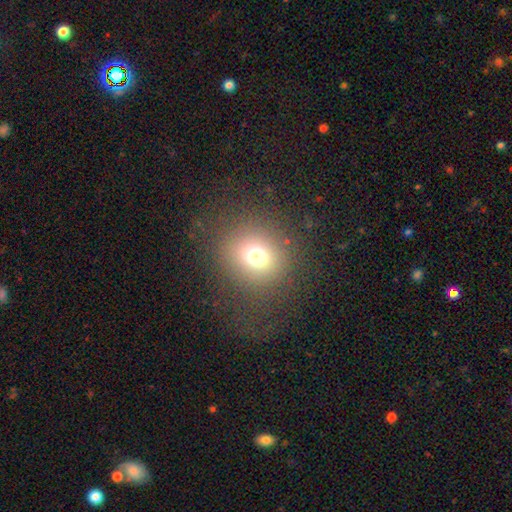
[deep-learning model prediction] Smooth or featured?
  - smooth: 71% *
  - star or artifact: 17%
  - featured or disk: 12%
How rounded?
  - round: 82% *
  - in between: 17%
  - cigar-shaped: 1%
Merging?
  - none: 77% *
  - minor disturbance: 11%
  - major disturbance: 10%
  - merger: 1%